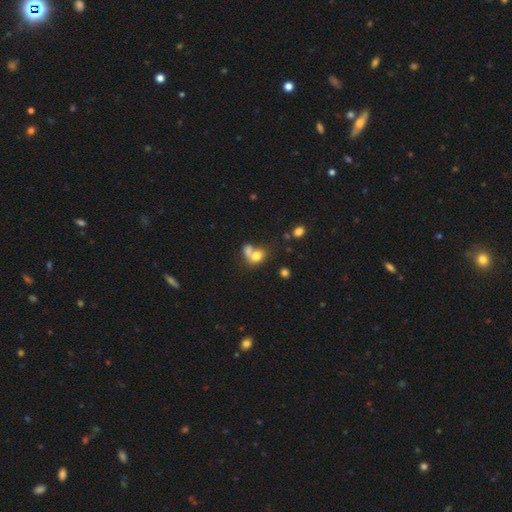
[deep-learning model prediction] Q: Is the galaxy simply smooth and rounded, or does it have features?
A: smooth — 74%.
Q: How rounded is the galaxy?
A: in between — 56%.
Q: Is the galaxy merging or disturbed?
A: merger — 61%.